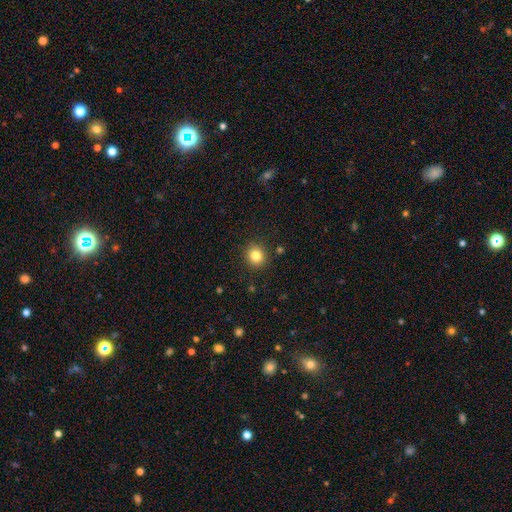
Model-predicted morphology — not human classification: Smooth or featured? smooth (82%)
How rounded? round (88%)
Merging? none (90%)